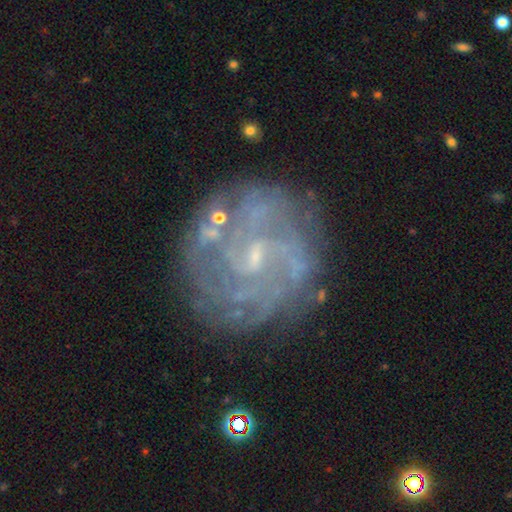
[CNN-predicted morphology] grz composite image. It shows a featured or disk galaxy (83%) with a weak bar (54%), tight (58%) spiral arms (90%) and a small central bulge (71%). Merging: none (76%).